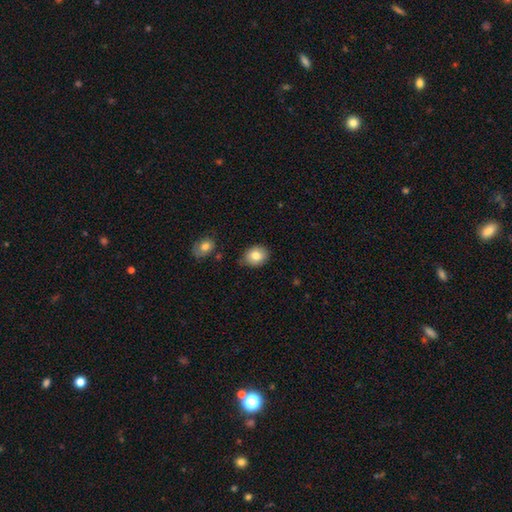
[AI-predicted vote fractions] Smooth or featured? Predicted: smooth (p=0.82). How rounded? Predicted: round (p=0.50, tied with in between). Merging? Predicted: none (p=0.79).